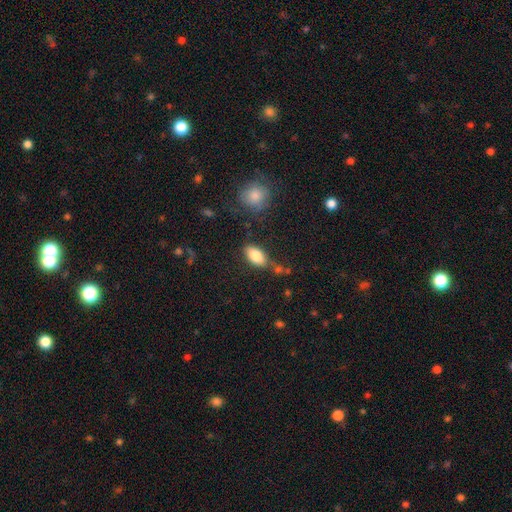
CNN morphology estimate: Overall: smooth (82%). How rounded: in between (91%). Merging: none (71%).